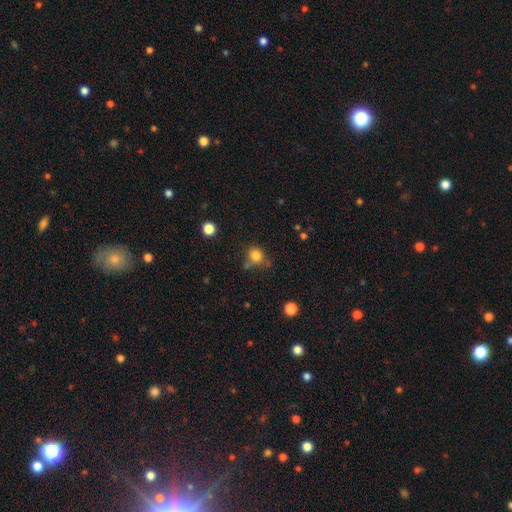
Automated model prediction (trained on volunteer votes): A smooth galaxy with no disk features (81%) that is round (80%). Merging: none (61%).